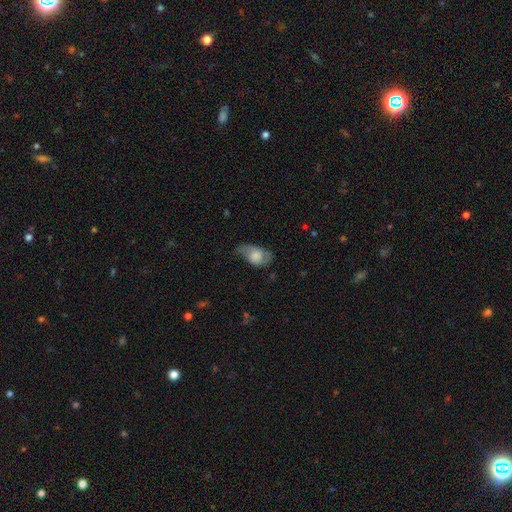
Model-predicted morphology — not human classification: Smooth or featured? Predicted: smooth (p=0.55). How rounded? Predicted: in between (p=0.85). Merging? Predicted: none (p=0.39).